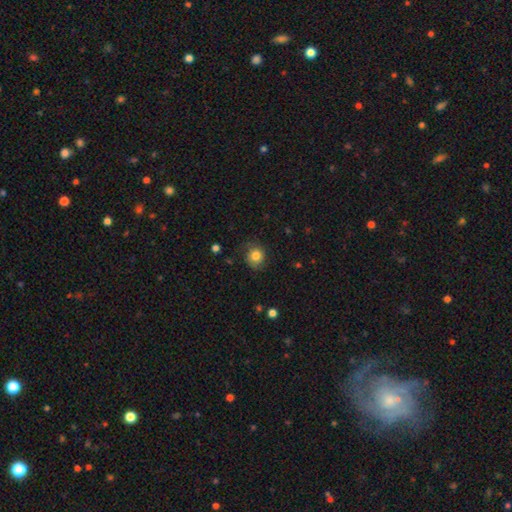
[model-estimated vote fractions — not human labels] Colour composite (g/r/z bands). It shows a smooth galaxy with no disk features (79%) that is round (82%). Merging: none (74%).